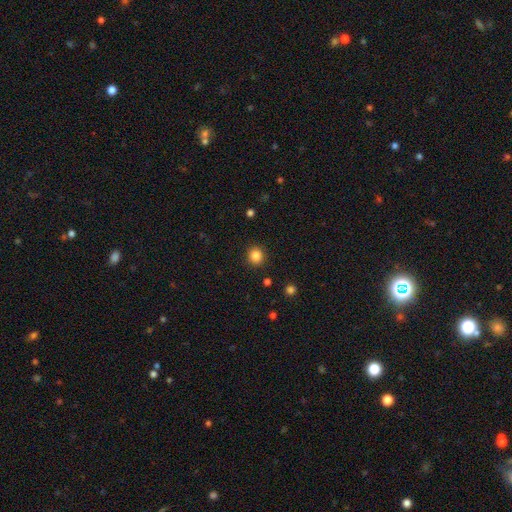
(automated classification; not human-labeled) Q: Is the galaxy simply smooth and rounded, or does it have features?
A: smooth — 85%.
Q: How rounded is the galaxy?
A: round — 89%.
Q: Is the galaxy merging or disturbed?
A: none — 91%.